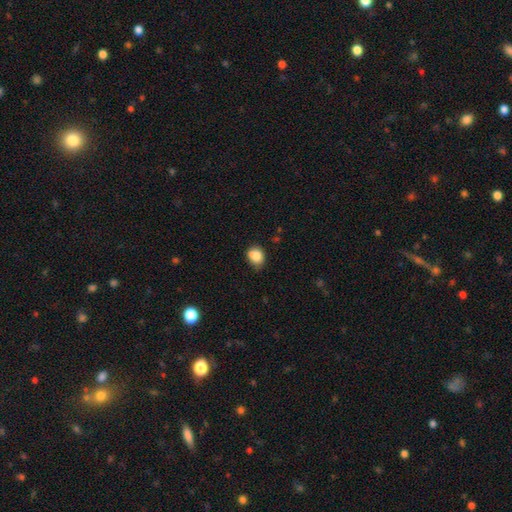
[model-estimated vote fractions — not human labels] Smooth or featured: smooth — 84% (star or artifact — 9%)
How rounded: round — 54% (in between — 45%)
Merging: none — 59% (minor disturbance — 29%)